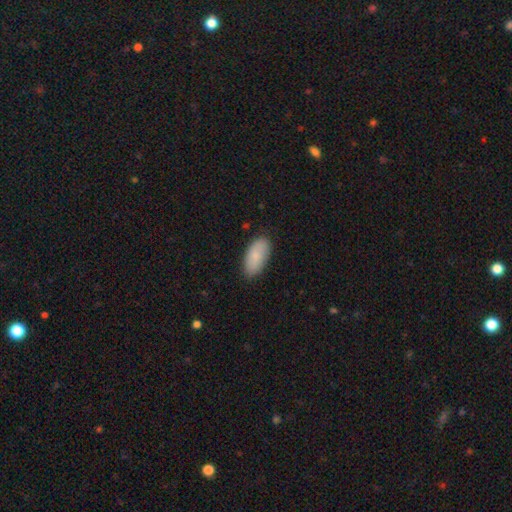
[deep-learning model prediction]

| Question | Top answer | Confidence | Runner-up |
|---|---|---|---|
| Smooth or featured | smooth | 84% | featured or disk (10%) |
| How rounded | in between | 93% | cigar-shaped (5%) |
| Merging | none | 85% | minor disturbance (12%) |